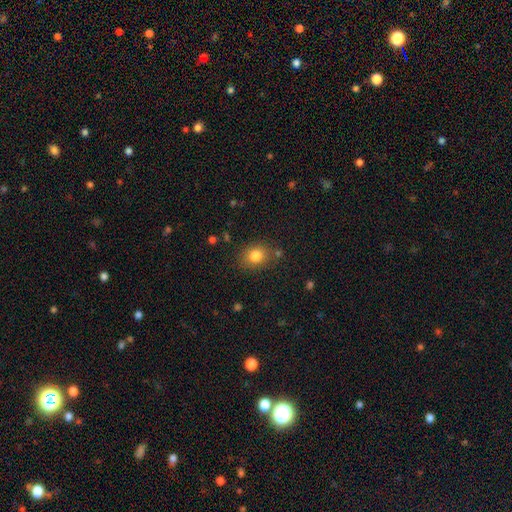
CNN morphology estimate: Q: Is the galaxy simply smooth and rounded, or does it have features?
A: smooth — 81%.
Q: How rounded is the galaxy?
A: round — 54%.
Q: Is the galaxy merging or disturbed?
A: none — 81%.